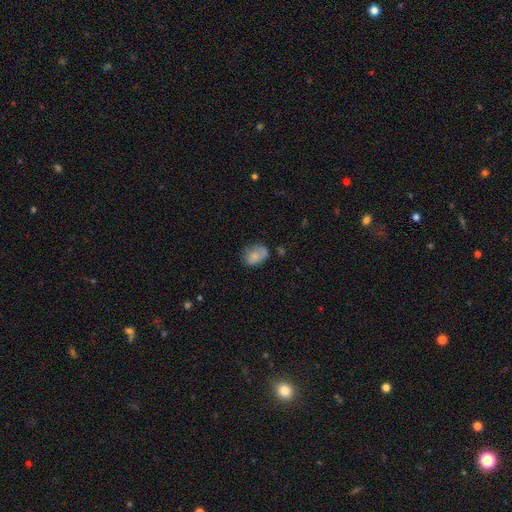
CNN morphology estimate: A smooth galaxy with no disk features (74%) that is in between round and cigar-shaped (73%). Merging: none (48%).